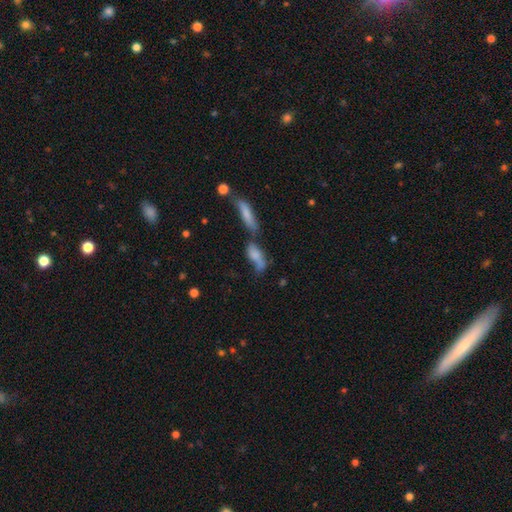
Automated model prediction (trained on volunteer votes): Morphology: type=smooth (70%); roundness=in between (64%); merging=merger (49%).